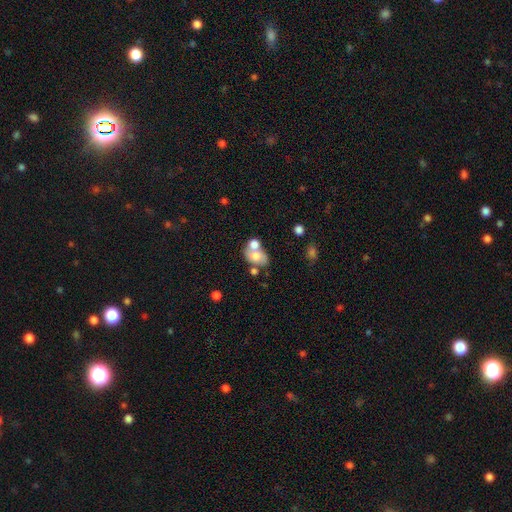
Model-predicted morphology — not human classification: smooth_or_featured: smooth (p=0.61) [alt: featured or disk p=0.30]
how_rounded: in between (p=0.70) [alt: round p=0.28]
merging: merger (p=0.48) [alt: none p=0.32]